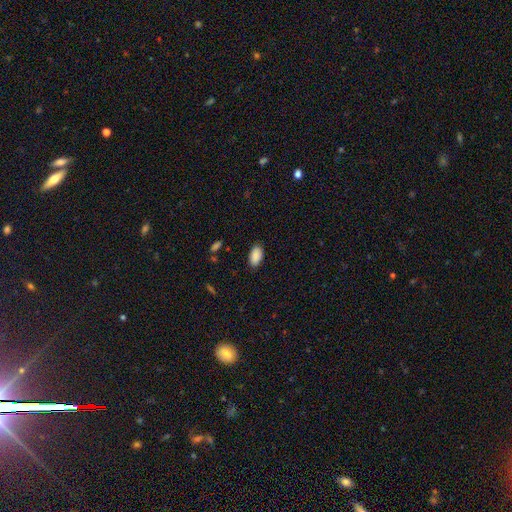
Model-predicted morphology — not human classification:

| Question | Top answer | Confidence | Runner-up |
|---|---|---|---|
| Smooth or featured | smooth | 90% | star or artifact (7%) |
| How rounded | in between | 94% | round (3%) |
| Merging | none | 86% | minor disturbance (10%) |